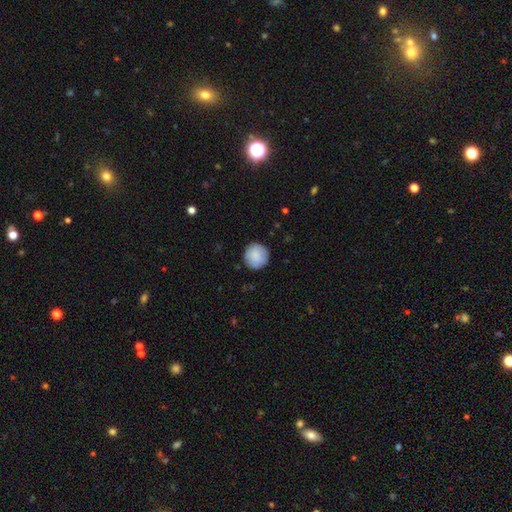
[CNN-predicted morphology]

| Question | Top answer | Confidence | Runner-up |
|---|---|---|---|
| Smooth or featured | smooth | 88% | featured or disk (6%) |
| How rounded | round | 95% | in between (5%) |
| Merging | none | 87% | minor disturbance (9%) |